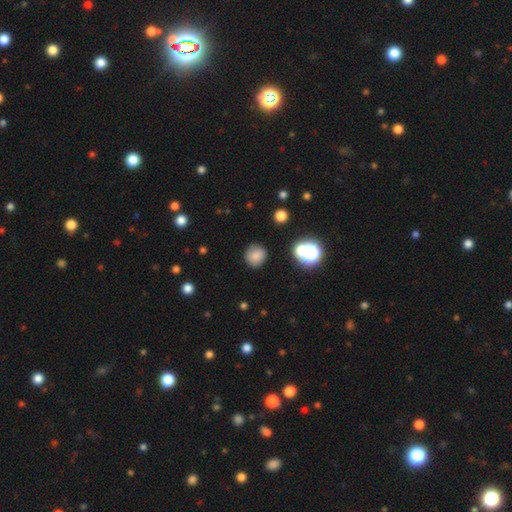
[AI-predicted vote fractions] Morphology: type=smooth (80%); roundness=round (88%); merging=none (84%).